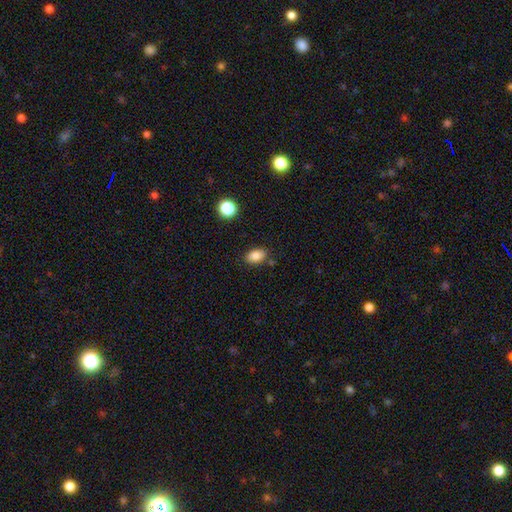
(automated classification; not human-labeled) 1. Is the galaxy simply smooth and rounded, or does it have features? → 85% smooth, 9% star or artifact, 6% featured or disk.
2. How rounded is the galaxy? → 86% in between, 13% round, 1% cigar-shaped.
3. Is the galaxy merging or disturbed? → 81% none, 11% minor disturbance, 4% merger, 3% major disturbance.